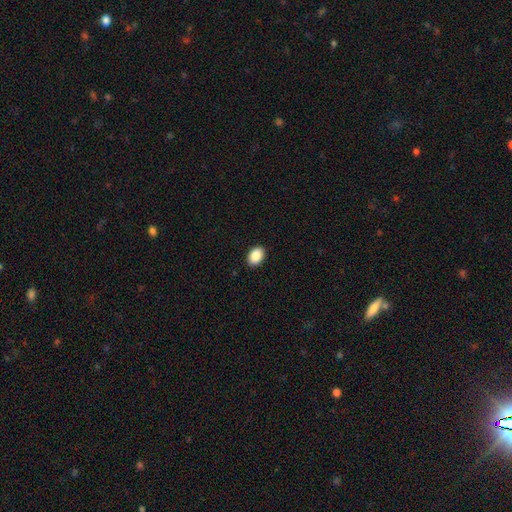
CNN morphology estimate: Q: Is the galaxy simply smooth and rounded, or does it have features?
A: smooth — 89%.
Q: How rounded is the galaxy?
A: in between — 85%.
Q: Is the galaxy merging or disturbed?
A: none — 90%.